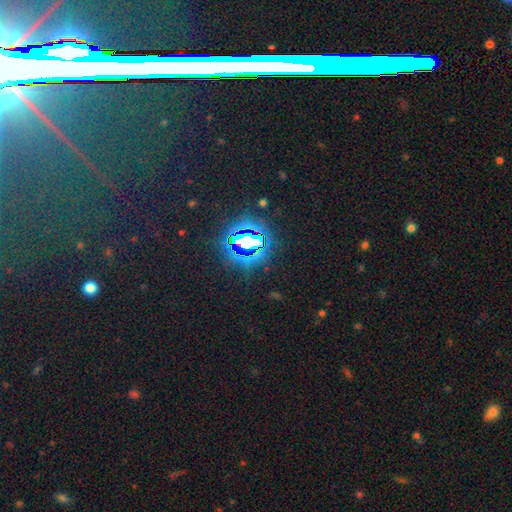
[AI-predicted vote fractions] A star or artifact, not a galaxy (74%).

Vote fractions:
- Smooth or featured? star or artifact: 74% / smooth: 15% / featured or disk: 11%